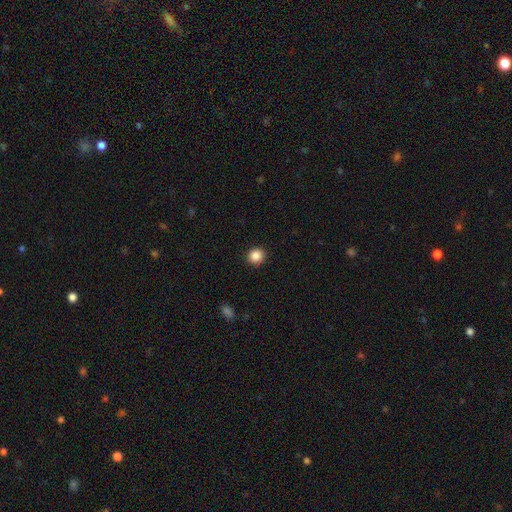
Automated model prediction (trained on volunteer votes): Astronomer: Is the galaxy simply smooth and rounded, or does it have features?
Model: smooth — 87%.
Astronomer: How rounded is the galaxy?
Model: round — 88%.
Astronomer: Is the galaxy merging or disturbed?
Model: none — 90%.